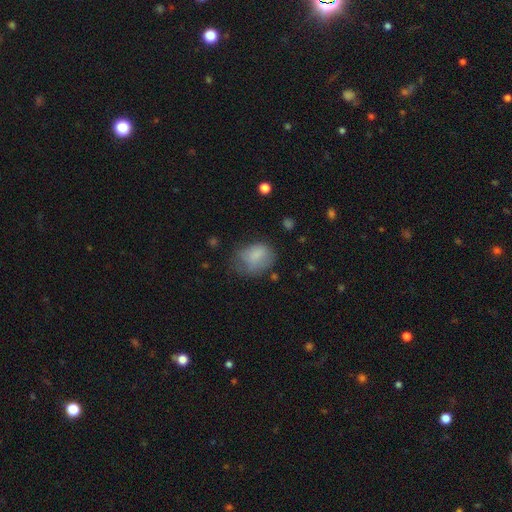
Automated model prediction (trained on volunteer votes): Smooth or featured? smooth (76%)
How rounded? in between (59%)
Merging? none (43%)